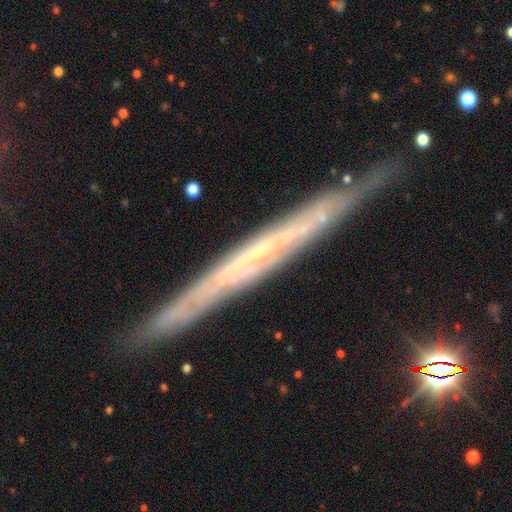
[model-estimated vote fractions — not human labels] smooth_or_featured: featured or disk (p=0.74) [alt: smooth p=0.16]
disk_edge_on: yes (p=0.90) [alt: no p=0.10]
edge_on_bulge: none (p=0.81) [alt: rounded p=0.14]
merging: none (p=0.84) [alt: minor disturbance p=0.12]